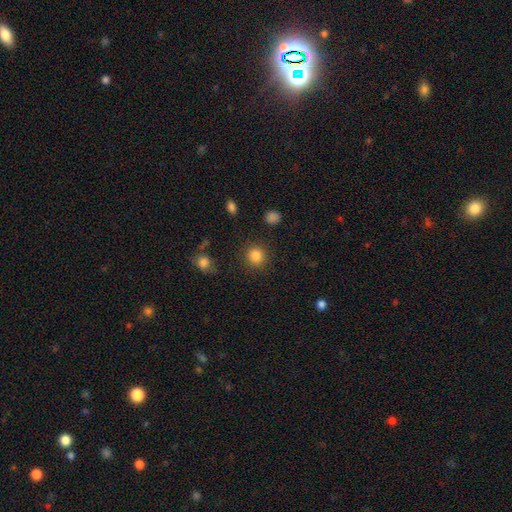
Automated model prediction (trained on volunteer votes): The model was most divided on "smooth or featured": smooth: 85%, star or artifact: 11%, featured or disk: 4%. More confident: how rounded — round (91%); merging — none (88%).